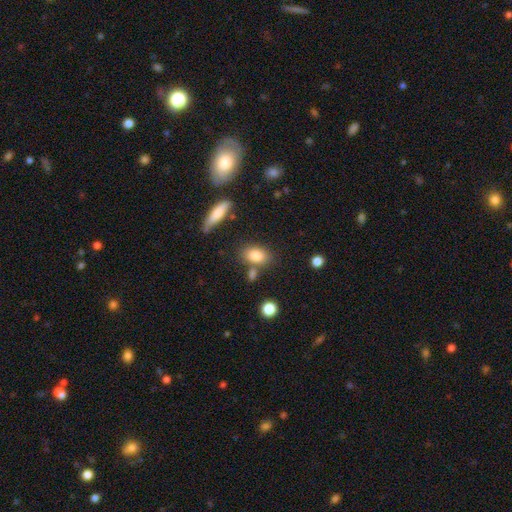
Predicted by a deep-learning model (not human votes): This appears to be a smooth galaxy with no disk features (82%) that is in between round and cigar-shaped (81%). Merging: none (68%).